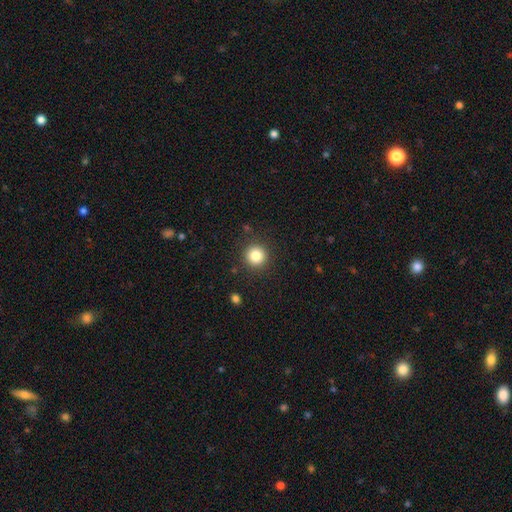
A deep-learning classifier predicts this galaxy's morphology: type=smooth (83%); roundness=round (94%); merging=none (90%).